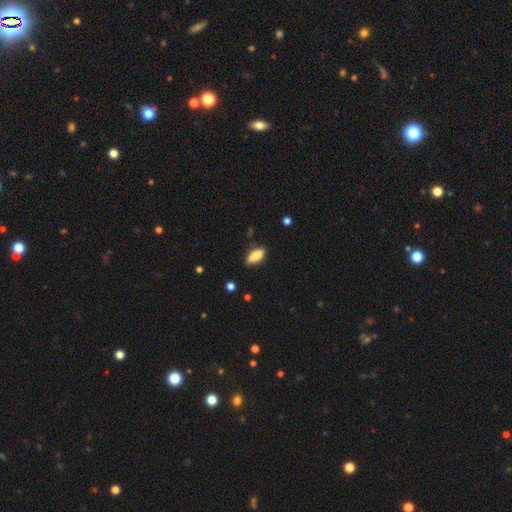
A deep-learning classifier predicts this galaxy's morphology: This appears to be a smooth galaxy with no disk features (82%) that is in between round and cigar-shaped (80%). Merging: none (81%).